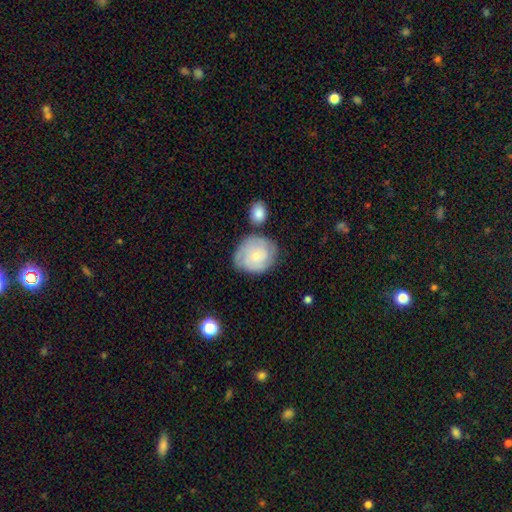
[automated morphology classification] smooth-or-featured: smooth: 51% | featured or disk: 43% | star or artifact: 6%
  how-rounded: round: 71% | in between: 28% | cigar-shaped: 1%
  merging: none: 65% | minor disturbance: 21% | merger: 8% | major disturbance: 6%